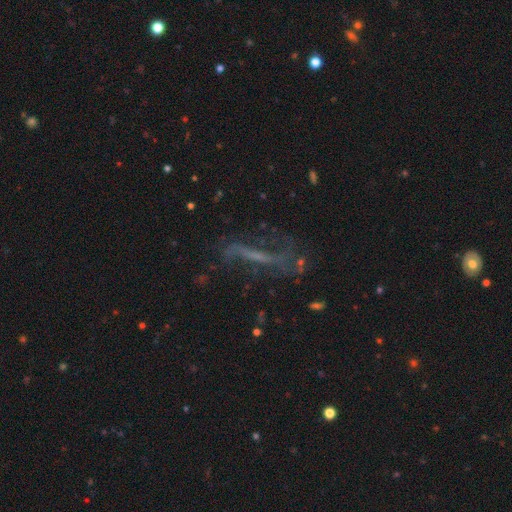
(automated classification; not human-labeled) featured or disk 57%, smooth 23%, star or artifact 21%. Down the decision tree: edge-on disk — no (57%); merging — none (51%).